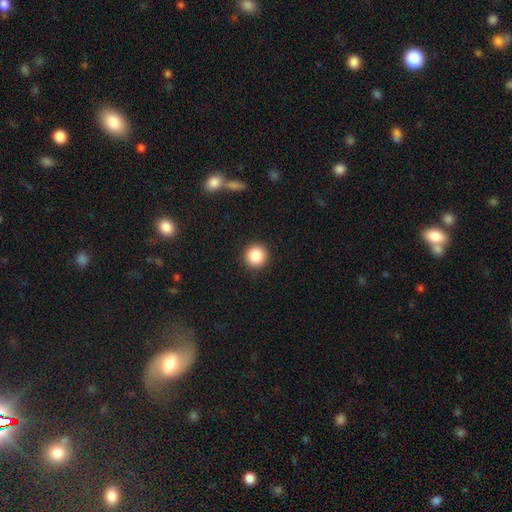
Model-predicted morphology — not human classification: Smooth or featured?
  - smooth: 86% *
  - star or artifact: 10%
  - featured or disk: 4%
How rounded?
  - round: 95% *
  - in between: 4%
  - cigar-shaped: 1%
Merging?
  - none: 92% *
  - minor disturbance: 5%
  - major disturbance: 2%
  - merger: 1%